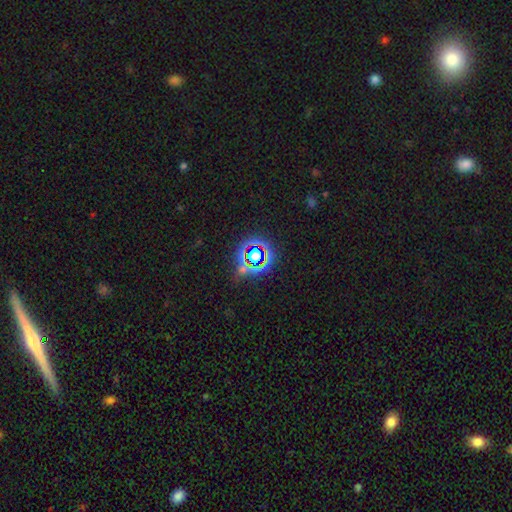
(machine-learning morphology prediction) This is likely a star or artifact rather than a galaxy (66%).